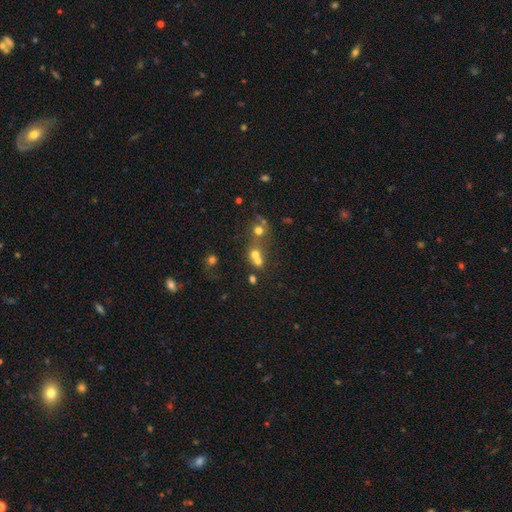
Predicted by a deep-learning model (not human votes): A smooth galaxy with no disk features (55%) that is round (80%). Merging: merger (51%).